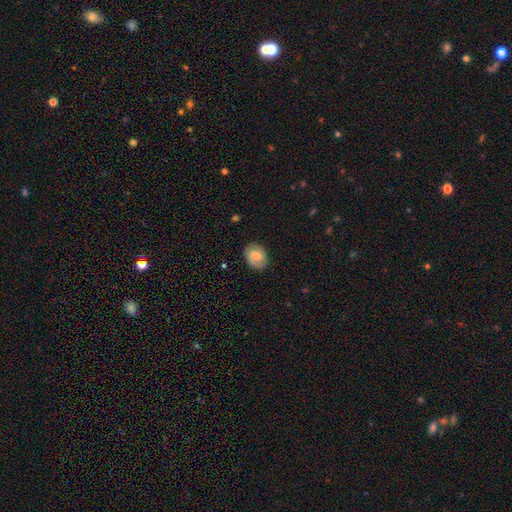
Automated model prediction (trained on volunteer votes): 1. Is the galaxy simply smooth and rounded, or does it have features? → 57% smooth, 36% featured or disk, 7% star or artifact.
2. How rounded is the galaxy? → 62% in between, 37% round, 1% cigar-shaped.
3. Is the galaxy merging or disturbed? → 81% none, 14% minor disturbance, 4% major disturbance, 1% merger.